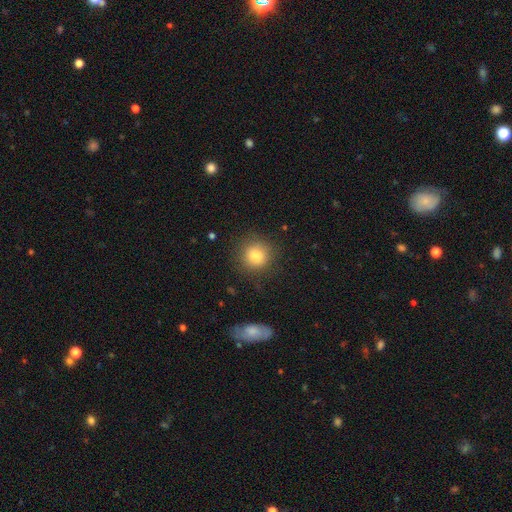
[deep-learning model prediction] Smooth or featured? Predicted: smooth (p=0.83). How rounded? Predicted: round (p=0.89). Merging? Predicted: none (p=0.85).